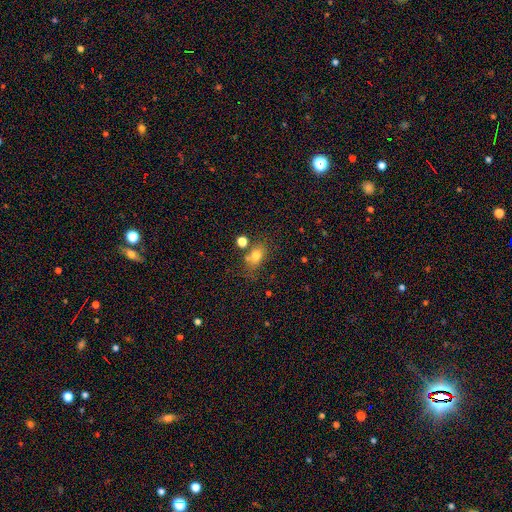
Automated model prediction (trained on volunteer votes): smooth-or-featured: smooth: 75% | star or artifact: 13% | featured or disk: 12%
  how-rounded: in between: 72% | round: 26% | cigar-shaped: 2%
  merging: none: 59% | merger: 18% | minor disturbance: 16% | major disturbance: 7%